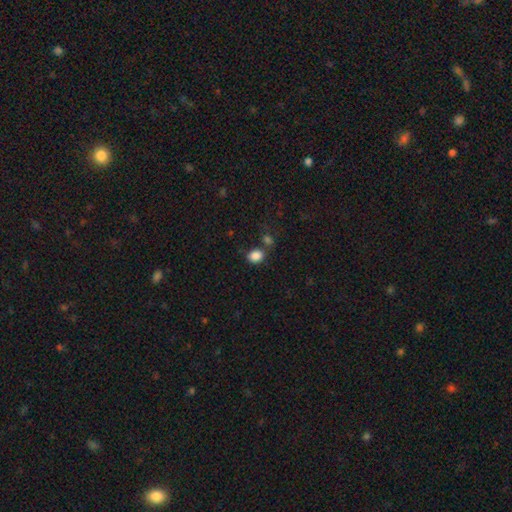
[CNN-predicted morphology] This is clearly a smooth galaxy (86%). How rounded: likely in between (63%). Merging: likely none (65%).